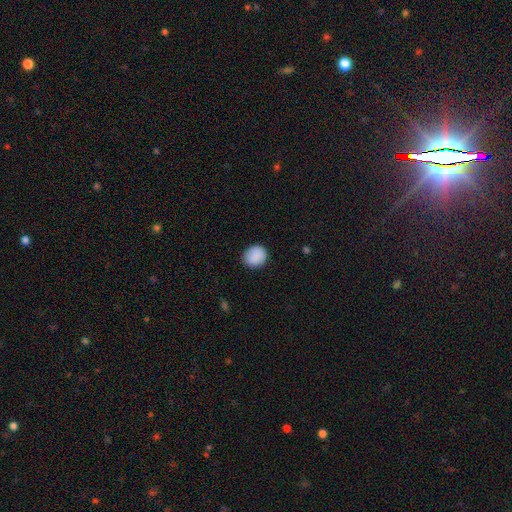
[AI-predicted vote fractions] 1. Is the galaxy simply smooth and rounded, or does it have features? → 89% smooth, 8% star or artifact, 3% featured or disk.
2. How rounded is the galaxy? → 78% round, 21% in between, 1% cigar-shaped.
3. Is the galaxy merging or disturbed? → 86% none, 10% minor disturbance, 2% major disturbance, 1% merger.